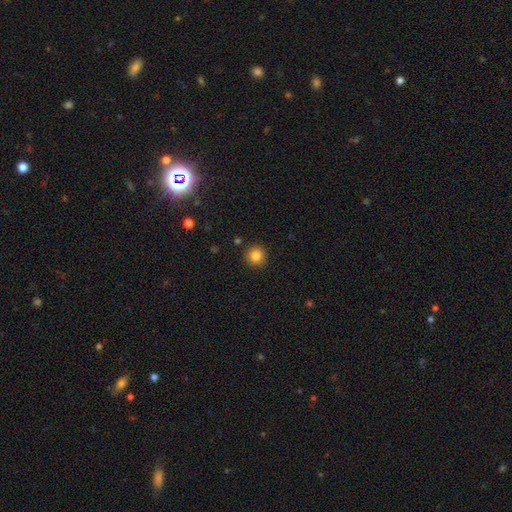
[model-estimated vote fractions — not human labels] smooth_or_featured: smooth (p=0.84) [alt: star or artifact p=0.11]
how_rounded: round (p=0.94) [alt: in between p=0.05]
merging: none (p=0.90) [alt: minor disturbance p=0.06]